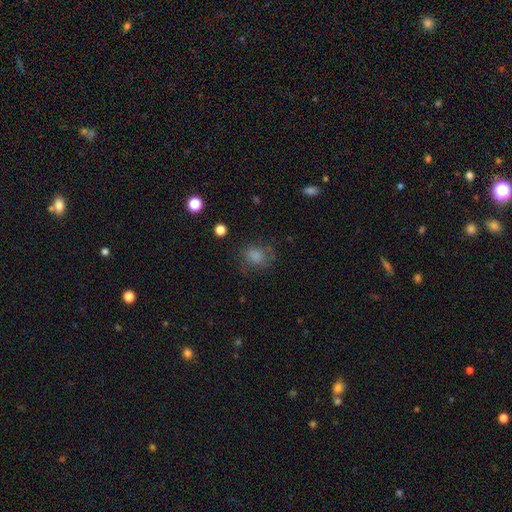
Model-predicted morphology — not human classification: This is likely a smooth galaxy (64%). How rounded: possibly round (54%). Merging: likely none (65%).